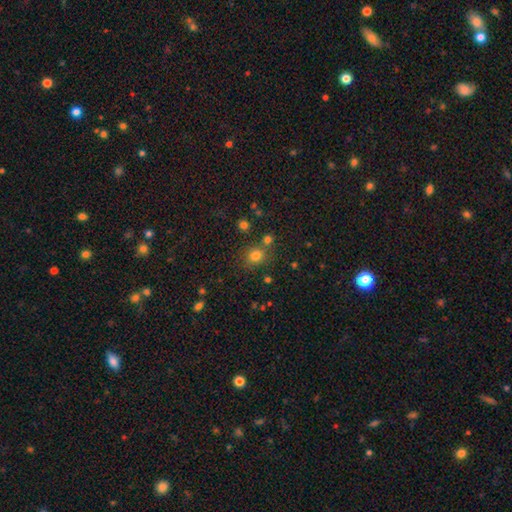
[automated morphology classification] smooth 76%, star or artifact 17%, featured or disk 7%. Down the decision tree: how rounded — round (76%); merging — none (70%).